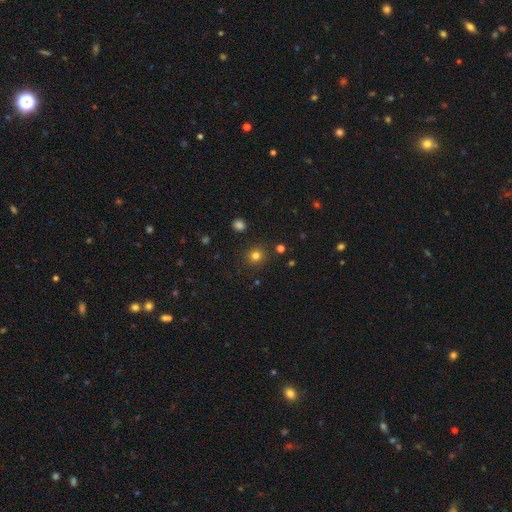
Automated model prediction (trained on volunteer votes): Smooth or featured? smooth (80%)
How rounded? round (89%)
Merging? none (89%)